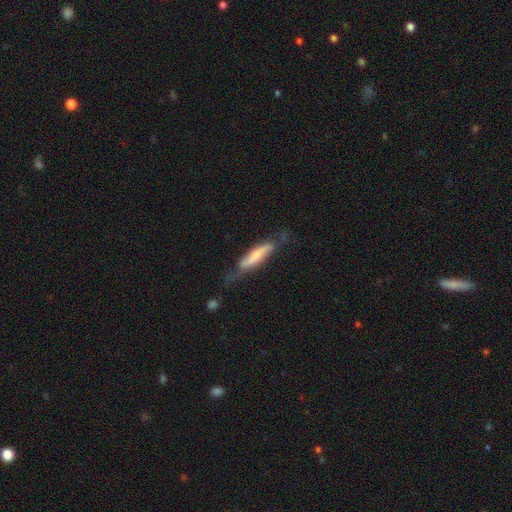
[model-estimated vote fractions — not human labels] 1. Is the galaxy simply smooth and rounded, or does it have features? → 50% smooth, 45% featured or disk, 6% star or artifact.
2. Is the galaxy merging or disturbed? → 47% none, 32% minor disturbance, 17% major disturbance, 4% merger.